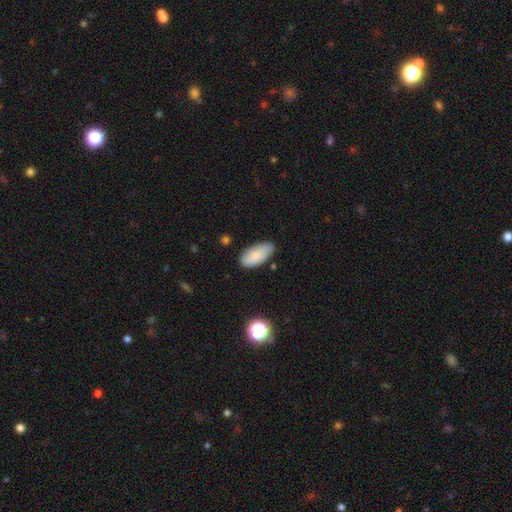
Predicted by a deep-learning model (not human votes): Smooth or featured: smooth — 82% (featured or disk — 12%)
How rounded: in between — 92% (cigar-shaped — 6%)
Merging: none — 76% (minor disturbance — 19%)